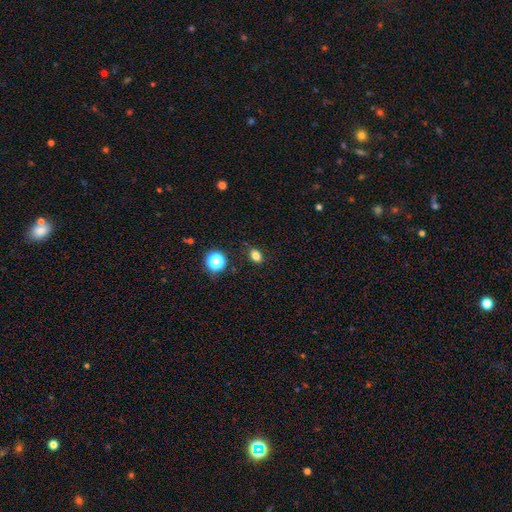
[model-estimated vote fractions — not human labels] smooth_or_featured: smooth (p=0.80) [alt: star or artifact p=0.14]
how_rounded: in between (p=0.67) [alt: round p=0.31]
merging: none (p=0.84) [alt: minor disturbance p=0.11]